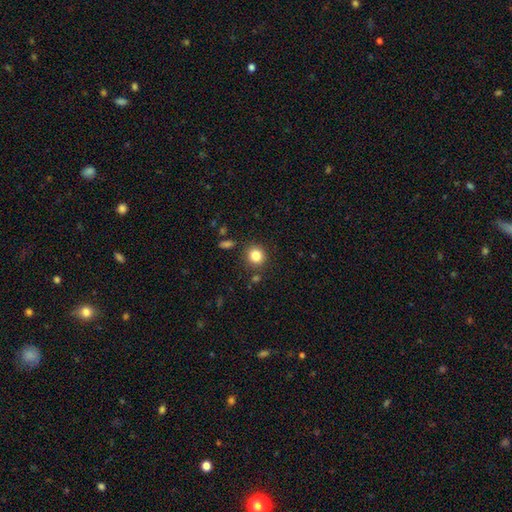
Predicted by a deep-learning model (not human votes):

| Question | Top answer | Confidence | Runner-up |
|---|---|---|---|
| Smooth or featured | smooth | 83% | star or artifact (11%) |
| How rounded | round | 88% | in between (11%) |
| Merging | none | 86% | minor disturbance (8%) |